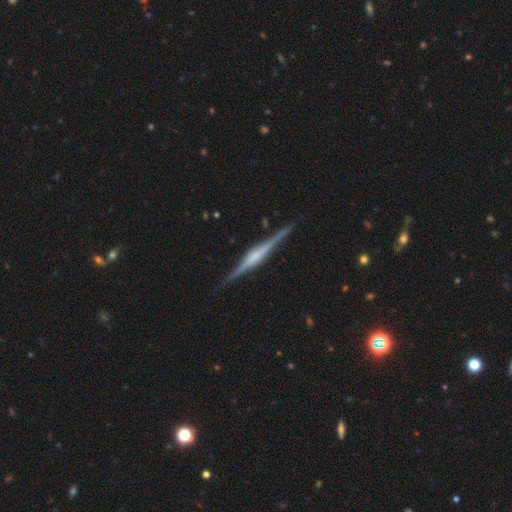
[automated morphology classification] Smooth or featured: featured or disk — 83% (smooth — 12%)
Edge-on disk: yes — 98% (no — 2%)
Edge-on bulge: rounded — 50% (boxy — 35%)
Merging: none — 90% (minor disturbance — 7%)